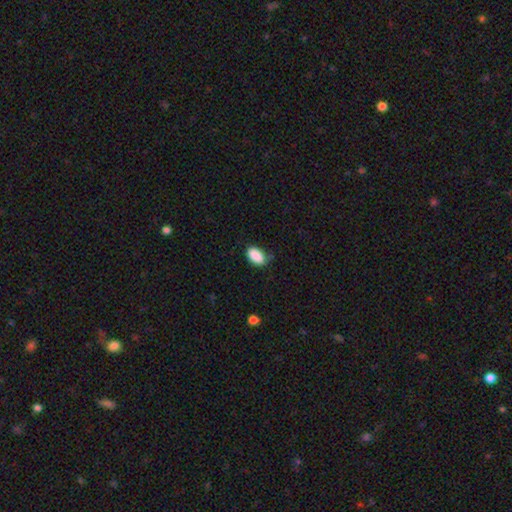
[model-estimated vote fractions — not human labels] Morphology: type=smooth (89%); roundness=in between (93%); merging=none (69%).